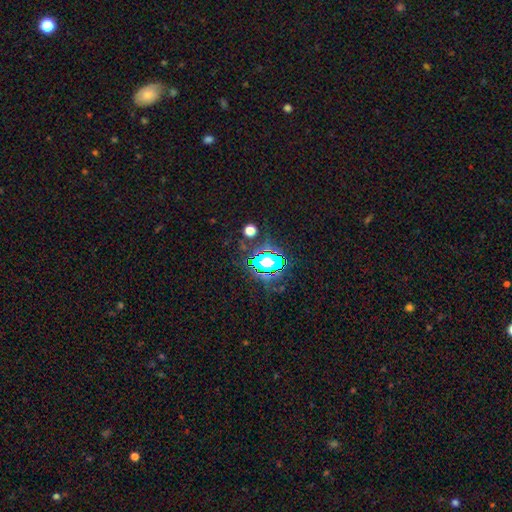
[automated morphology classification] smooth-or-featured: star or artifact: 80% | smooth: 13% | featured or disk: 7%